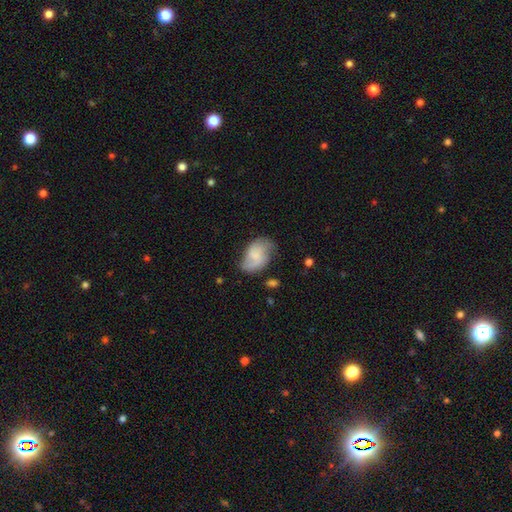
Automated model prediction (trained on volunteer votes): Smooth or featured?
  - featured or disk: 51% *
  - smooth: 41%
  - star or artifact: 7%
Edge-on disk?
  - no: 97% *
  - yes: 3%
Merging?
  - none: 56% *
  - minor disturbance: 30%
  - major disturbance: 12%
  - merger: 3%